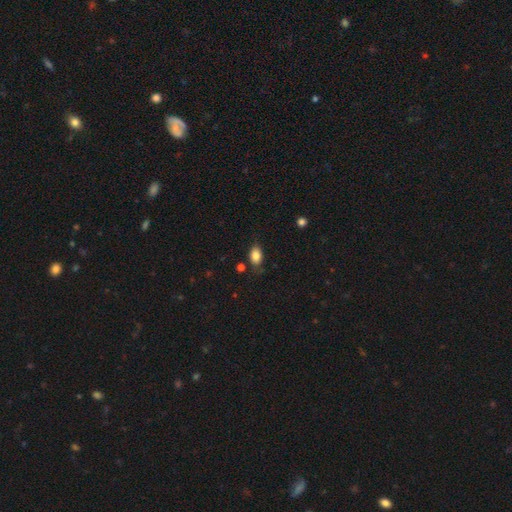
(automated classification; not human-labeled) Smooth or featured?
  - smooth: 84% *
  - star or artifact: 9%
  - featured or disk: 7%
How rounded?
  - in between: 87% *
  - round: 12%
  - cigar-shaped: 2%
Merging?
  - none: 78% *
  - minor disturbance: 16%
  - major disturbance: 4%
  - merger: 3%